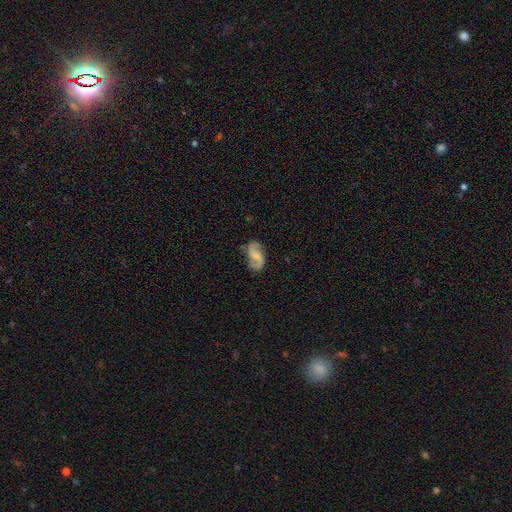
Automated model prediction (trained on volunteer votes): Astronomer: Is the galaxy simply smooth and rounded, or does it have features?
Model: featured or disk — 80%.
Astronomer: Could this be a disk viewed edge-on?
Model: no — 98%.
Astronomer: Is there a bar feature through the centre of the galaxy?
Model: weak — 48% (runner-up: no, 35%).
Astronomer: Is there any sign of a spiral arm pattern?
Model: yes — 95%.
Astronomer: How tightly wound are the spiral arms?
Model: loose — 54% (runner-up: medium, 36%).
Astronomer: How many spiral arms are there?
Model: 2 — 92%.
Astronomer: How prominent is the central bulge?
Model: none — 47% (runner-up: small, 29%).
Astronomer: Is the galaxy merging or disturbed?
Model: none — 76%.